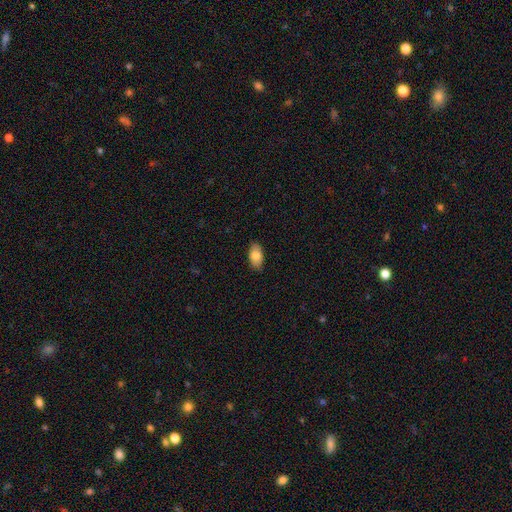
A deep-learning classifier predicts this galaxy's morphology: A smooth galaxy with no disk features (82%) that is in between round and cigar-shaped (93%).

Vote fractions:
- Smooth or featured? smooth: 82% / featured or disk: 12% / star or artifact: 7%
- How rounded? in between: 93% / round: 4% / cigar-shaped: 3%
- Merging? none: 86% / minor disturbance: 11% / major disturbance: 2% / merger: 1%